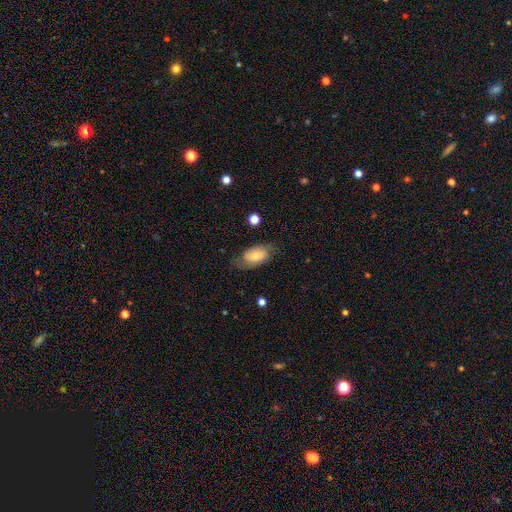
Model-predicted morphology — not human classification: The model was most divided on "smooth or featured": smooth: 57%, featured or disk: 35%, star or artifact: 8%. More confident: how rounded — in between (91%); merging — none (67%).